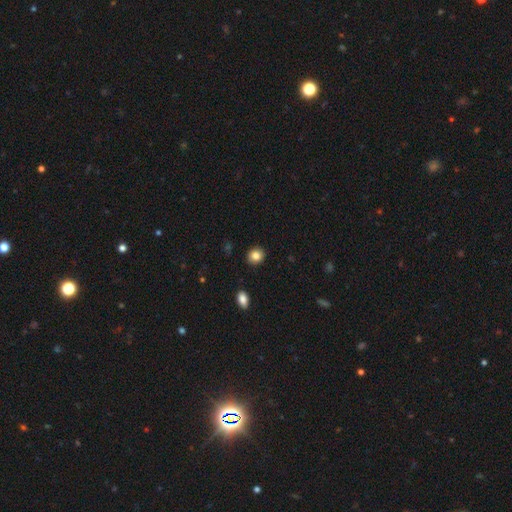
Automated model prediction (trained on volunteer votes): Smooth or featured? Predicted: smooth (p=0.85). How rounded? Predicted: round (p=0.77). Merging? Predicted: none (p=0.90).